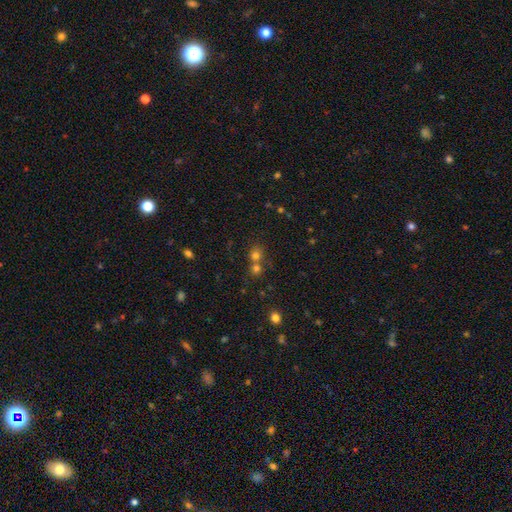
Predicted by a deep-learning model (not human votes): smooth-or-featured: smooth: 71% | star or artifact: 20% | featured or disk: 9%
  how-rounded: round: 84% | in between: 15% | cigar-shaped: 1%
  merging: none: 49% | merger: 42% | minor disturbance: 6% | major disturbance: 3%